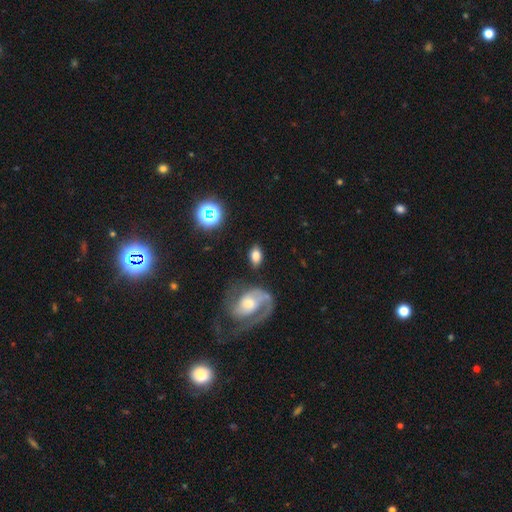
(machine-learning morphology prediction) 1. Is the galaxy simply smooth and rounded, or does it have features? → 69% smooth, 21% featured or disk, 11% star or artifact.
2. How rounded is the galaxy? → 87% in between, 11% round, 3% cigar-shaped.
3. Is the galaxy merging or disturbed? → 75% none, 13% minor disturbance, 6% major disturbance, 5% merger.